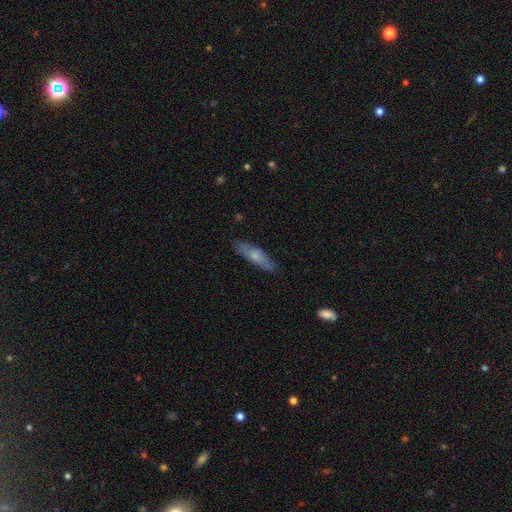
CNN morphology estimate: smooth 59%, featured or disk 35%, star or artifact 6%. Down the decision tree: how rounded — cigar-shaped (64%); merging — none (79%).